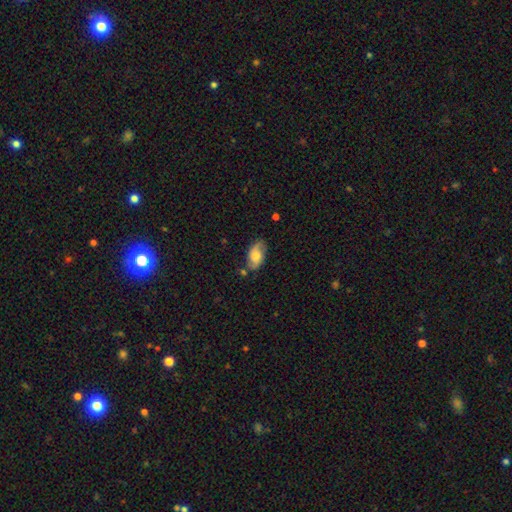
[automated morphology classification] Smooth or featured: smooth — 48% (featured or disk — 44%)
Merging: none — 66% (minor disturbance — 23%)